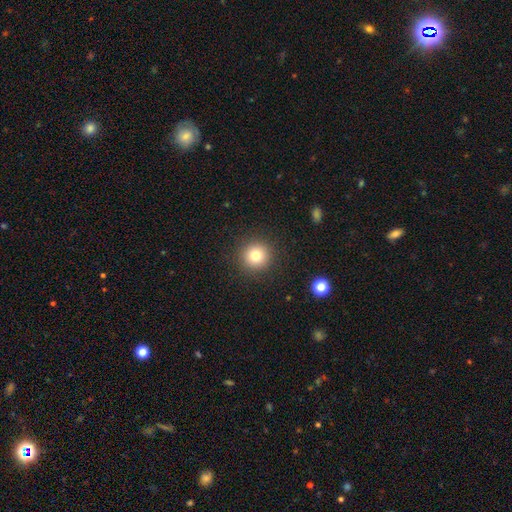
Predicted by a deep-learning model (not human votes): Overall: smooth (79%). How rounded: round (94%). Merging: none (91%).